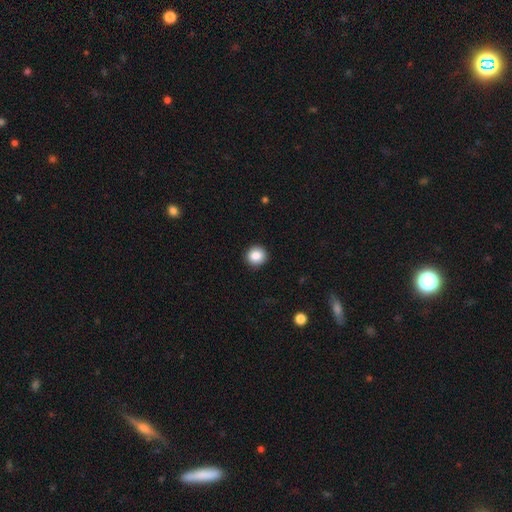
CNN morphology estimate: type=smooth (86%); roundness=round (94%); merging=none (93%).